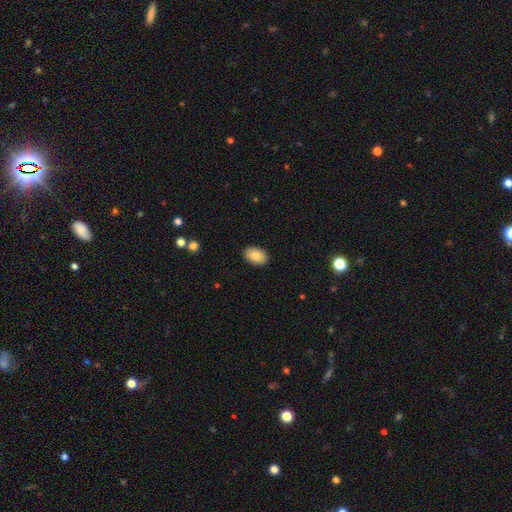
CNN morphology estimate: smooth 87%, star or artifact 7%, featured or disk 7%. Down the decision tree: how rounded — in between (91%); merging — none (90%).